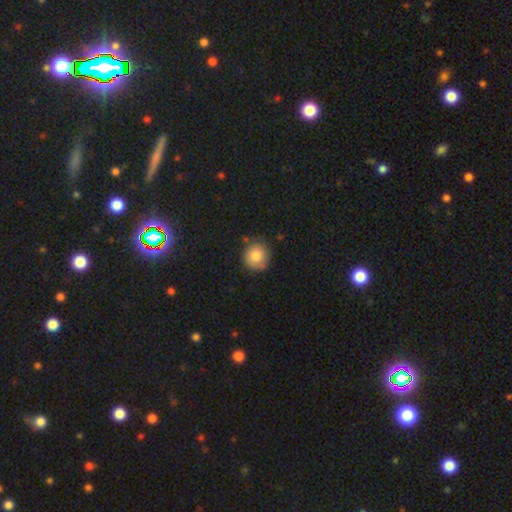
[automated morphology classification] Smooth or featured? Predicted: smooth (p=0.81). How rounded? Predicted: round (p=0.89). Merging? Predicted: none (p=0.80).